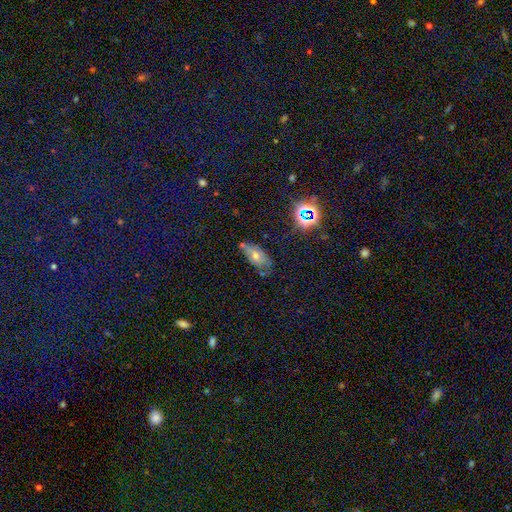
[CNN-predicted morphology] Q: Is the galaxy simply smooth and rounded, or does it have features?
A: smooth — 48%.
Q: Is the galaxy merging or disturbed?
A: none — 57%.